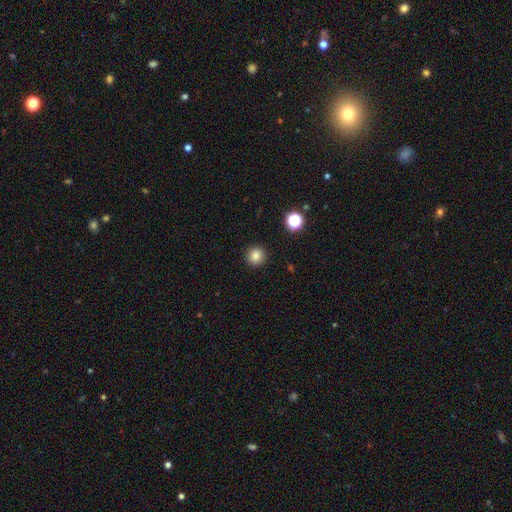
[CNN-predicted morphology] smooth_or_featured: smooth (p=0.83) [alt: star or artifact p=0.12]
how_rounded: round (p=0.94) [alt: in between p=0.05]
merging: none (p=0.92) [alt: minor disturbance p=0.05]